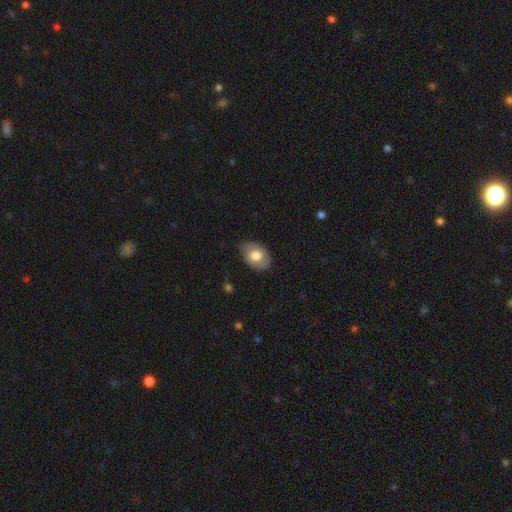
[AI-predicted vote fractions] Smooth or featured: smooth — 71% (featured or disk — 23%)
How rounded: in between — 78% (round — 21%)
Merging: none — 67% (minor disturbance — 25%)